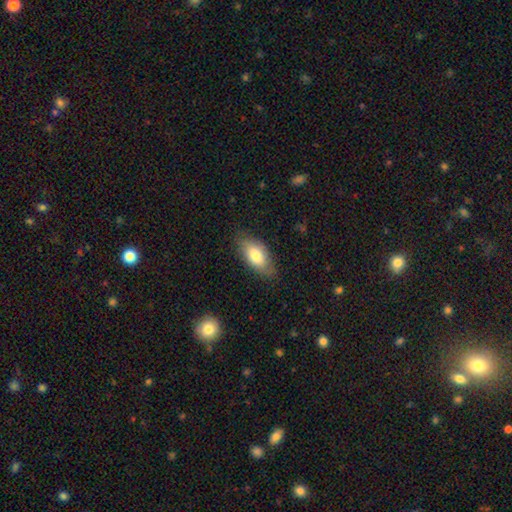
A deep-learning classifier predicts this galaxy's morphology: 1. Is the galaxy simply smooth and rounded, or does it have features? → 77% smooth, 17% featured or disk, 6% star or artifact.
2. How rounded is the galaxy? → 91% in between, 6% cigar-shaped, 3% round.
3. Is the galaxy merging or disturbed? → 78% none, 17% minor disturbance, 4% major disturbance, 1% merger.